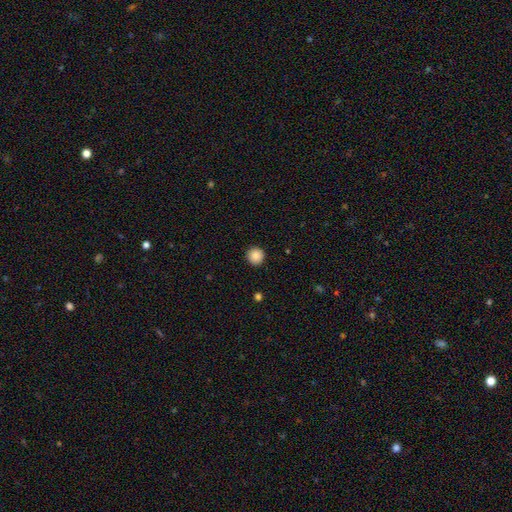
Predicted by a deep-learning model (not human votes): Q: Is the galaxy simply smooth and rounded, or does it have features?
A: smooth — 87%.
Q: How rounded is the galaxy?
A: round — 96%.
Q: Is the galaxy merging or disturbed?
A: none — 93%.